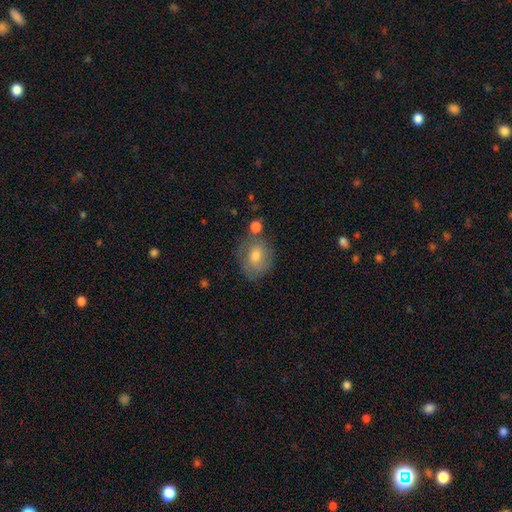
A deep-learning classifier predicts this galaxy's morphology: This is possibly a smooth galaxy (59%). How rounded: possibly in between (53%). Merging: likely none (61%).